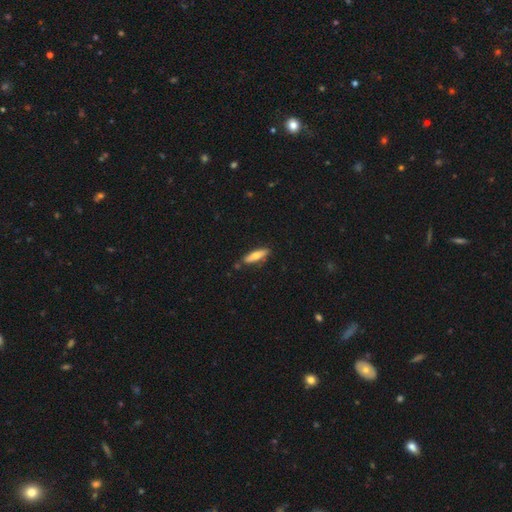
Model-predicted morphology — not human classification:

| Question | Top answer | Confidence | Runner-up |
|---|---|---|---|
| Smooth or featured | smooth | 69% | featured or disk (25%) |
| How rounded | cigar-shaped | 68% | in between (30%) |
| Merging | none | 82% | minor disturbance (13%) |